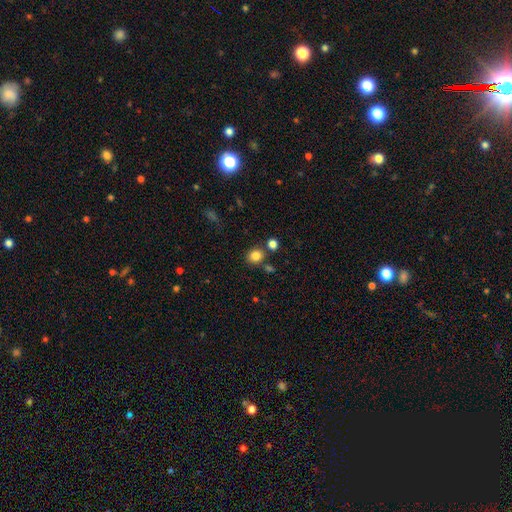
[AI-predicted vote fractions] Smooth or featured? Predicted: smooth (p=0.83). How rounded? Predicted: round (p=0.73). Merging? Predicted: none (p=0.76).